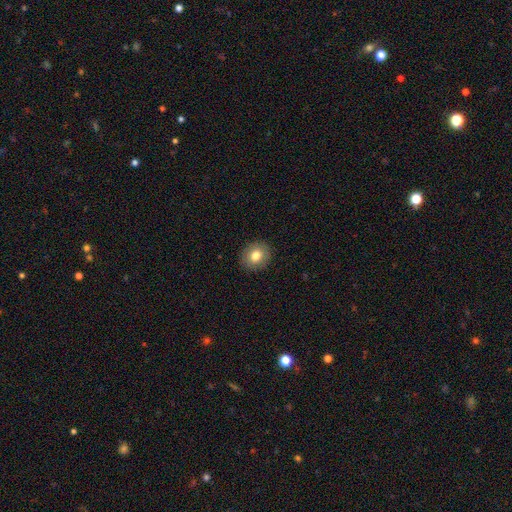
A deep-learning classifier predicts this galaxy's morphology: Smooth or featured: smooth — 79% (featured or disk — 12%)
How rounded: round — 75% (in between — 24%)
Merging: none — 90% (minor disturbance — 7%)